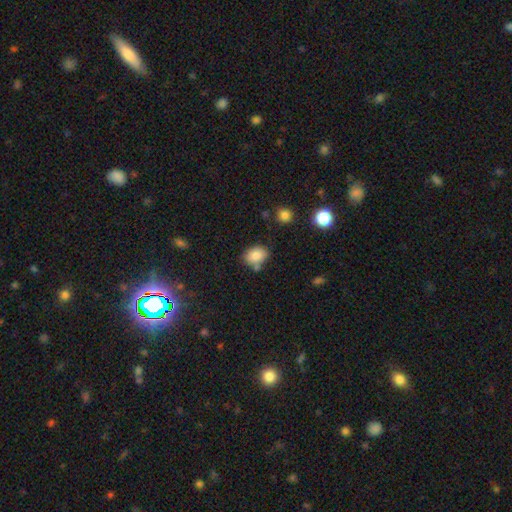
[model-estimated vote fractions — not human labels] This appears to be a smooth galaxy with no disk features (84%) that is in between round and cigar-shaped (73%). Merging: none (66%).